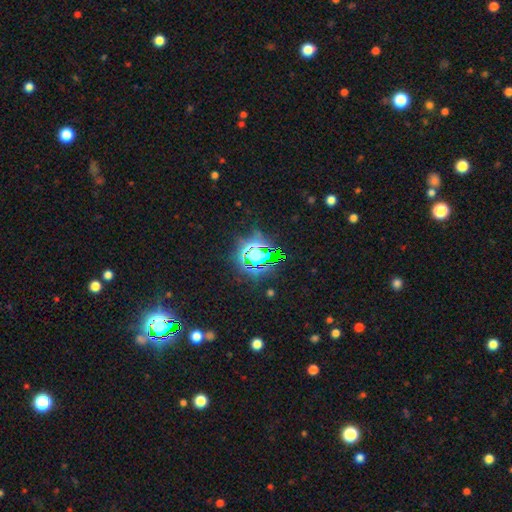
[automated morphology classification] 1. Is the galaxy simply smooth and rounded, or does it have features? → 72% star or artifact, 18% smooth, 11% featured or disk.